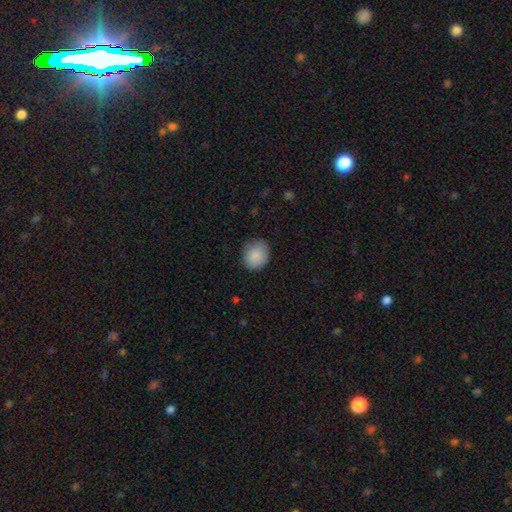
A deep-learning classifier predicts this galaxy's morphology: This is clearly a smooth galaxy (88%). How rounded: likely round (64%). Merging: clearly none (82%).